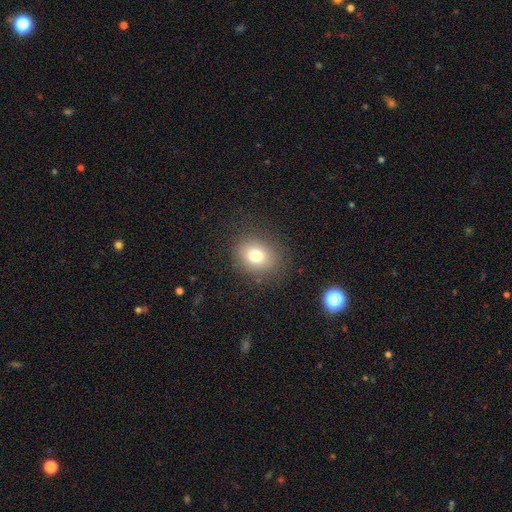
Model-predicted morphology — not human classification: smooth_or_featured: smooth (p=0.77) [alt: star or artifact p=0.13]
how_rounded: round (p=0.57) [alt: in between p=0.42]
merging: none (p=0.85) [alt: minor disturbance p=0.10]